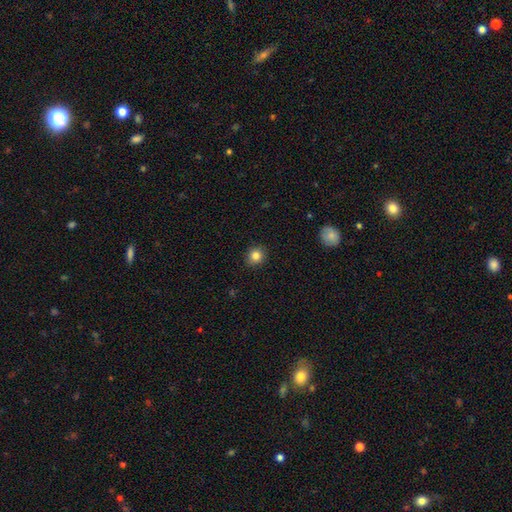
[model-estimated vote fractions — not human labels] Smooth or featured: smooth — 84% (star or artifact — 11%)
How rounded: round — 86% (in between — 13%)
Merging: none — 90% (minor disturbance — 7%)